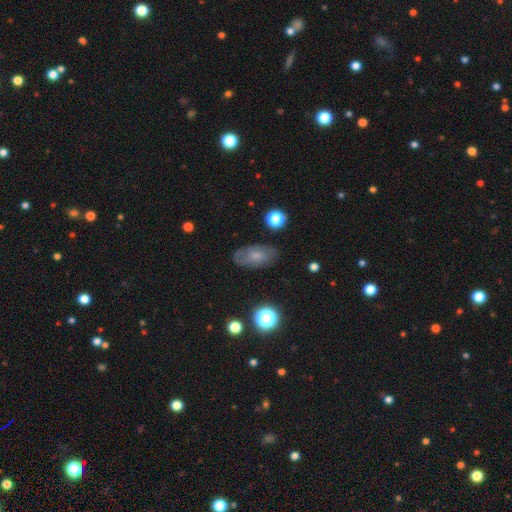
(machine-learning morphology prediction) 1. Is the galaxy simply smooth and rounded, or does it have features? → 49% smooth, 40% featured or disk, 10% star or artifact.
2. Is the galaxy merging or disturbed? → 75% none, 18% minor disturbance, 6% major disturbance, 2% merger.